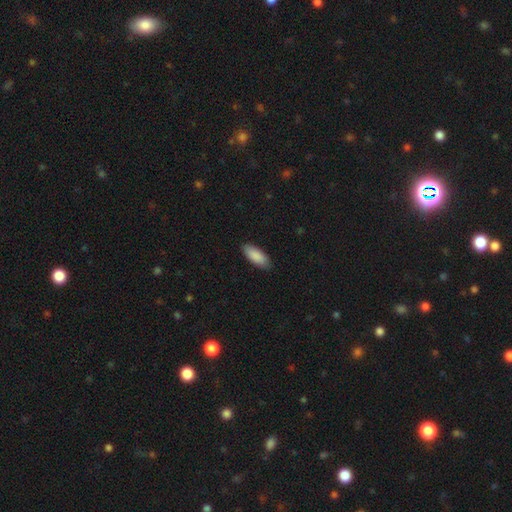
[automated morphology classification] Smooth or featured? Predicted: smooth (p=0.90). How rounded? Predicted: in between (p=0.82). Merging? Predicted: none (p=0.87).